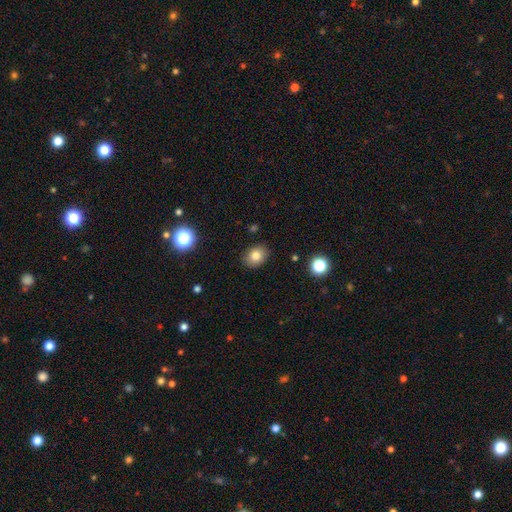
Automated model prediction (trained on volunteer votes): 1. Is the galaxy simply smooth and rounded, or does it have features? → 81% smooth, 10% star or artifact, 9% featured or disk.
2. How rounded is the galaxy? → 61% in between, 38% round, 1% cigar-shaped.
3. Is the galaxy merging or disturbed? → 87% none, 9% minor disturbance, 2% major disturbance, 1% merger.